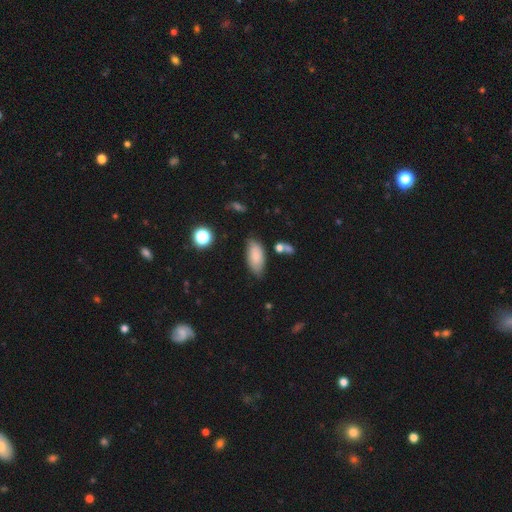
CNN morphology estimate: A smooth galaxy with no disk features (75%) that is in between round and cigar-shaped (89%). Merging: none (69%).